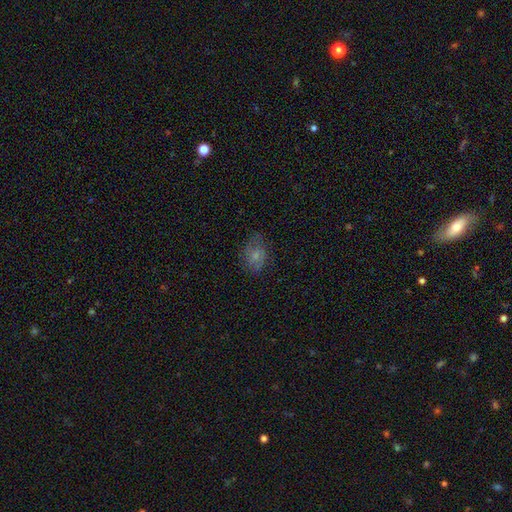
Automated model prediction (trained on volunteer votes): smooth 55%, featured or disk 33%, star or artifact 12%. Down the decision tree: how rounded — in between (67%); merging — none (65%).